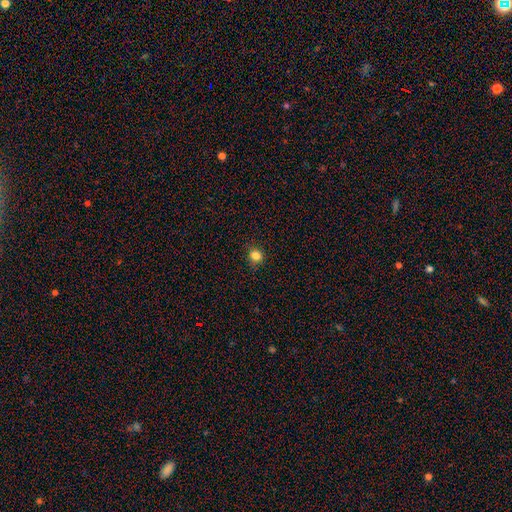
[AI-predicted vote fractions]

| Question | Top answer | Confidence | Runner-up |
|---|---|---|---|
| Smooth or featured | smooth | 83% | star or artifact (13%) |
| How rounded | round | 85% | in between (14%) |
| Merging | none | 87% | minor disturbance (10%) |